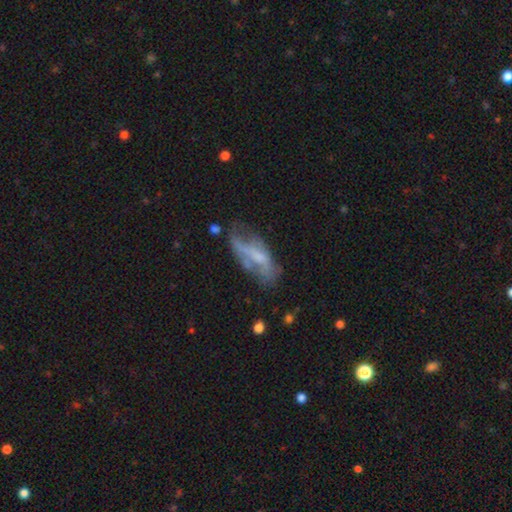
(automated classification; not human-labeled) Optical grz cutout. It shows a featured or disk galaxy (54%). Merging: none (34%).